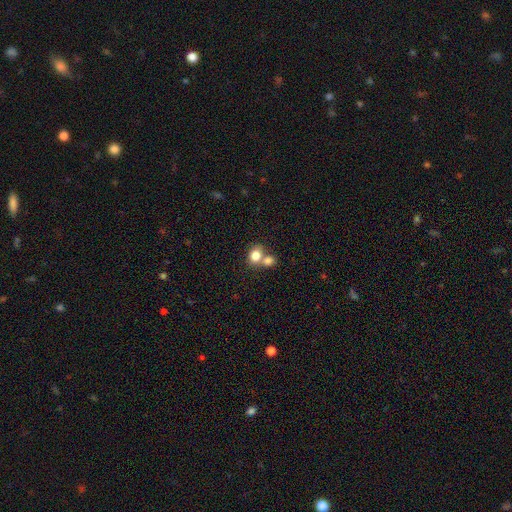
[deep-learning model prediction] smooth_or_featured: smooth (p=0.80) [alt: star or artifact p=0.10]
how_rounded: round (p=0.51) [alt: in between p=0.48]
merging: merger (p=0.51) [alt: none p=0.38]